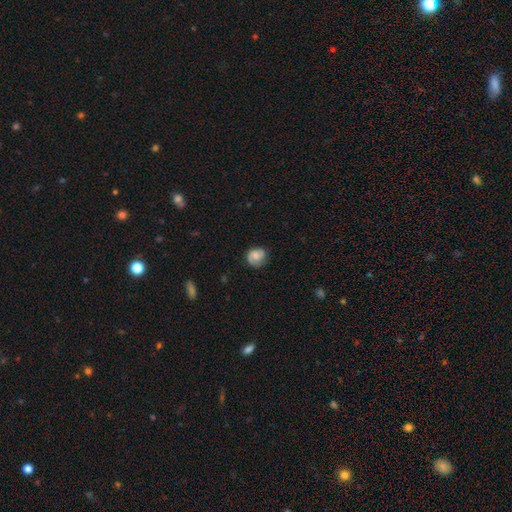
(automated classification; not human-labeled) Morphology: type=smooth (57%); roundness=round (71%); merging=none (66%).